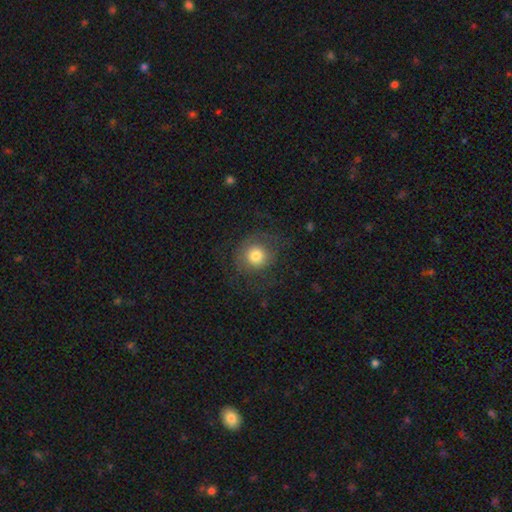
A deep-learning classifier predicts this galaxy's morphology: Q: Smooth or featured?
A: smooth (69%); runner-up: featured or disk (22%)
Q: How rounded?
A: round (91%); runner-up: in between (8%)
Q: Merging?
A: none (67%); runner-up: major disturbance (17%)